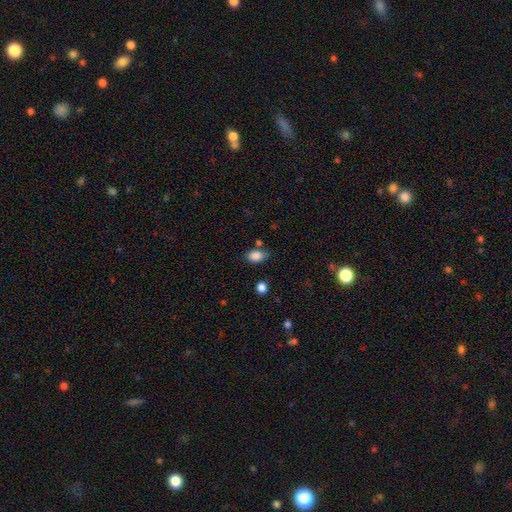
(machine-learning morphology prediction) A smooth galaxy with no disk features (87%) that is in between round and cigar-shaped (79%). Merging: none (67%).